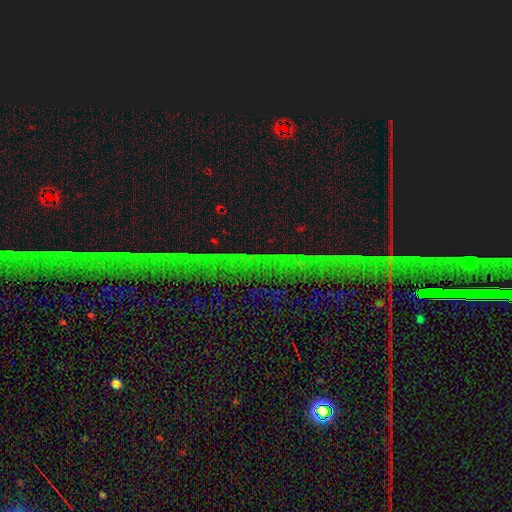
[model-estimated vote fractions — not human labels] A star or artifact, not a galaxy (78%).